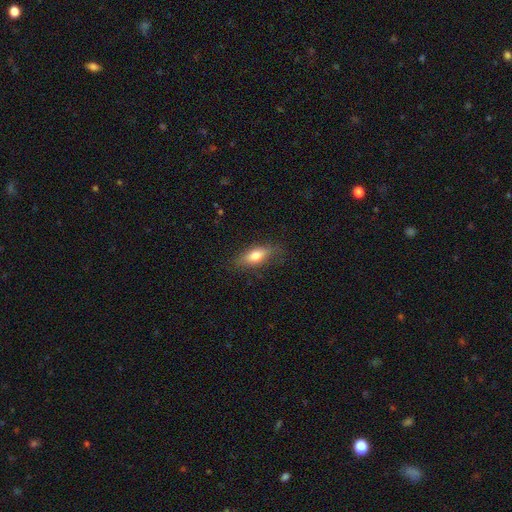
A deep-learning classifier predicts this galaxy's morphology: smooth_or_featured: smooth (p=0.69) [alt: featured or disk p=0.24]
how_rounded: in between (p=0.68) [alt: cigar-shaped p=0.28]
merging: none (p=0.78) [alt: minor disturbance p=0.16]